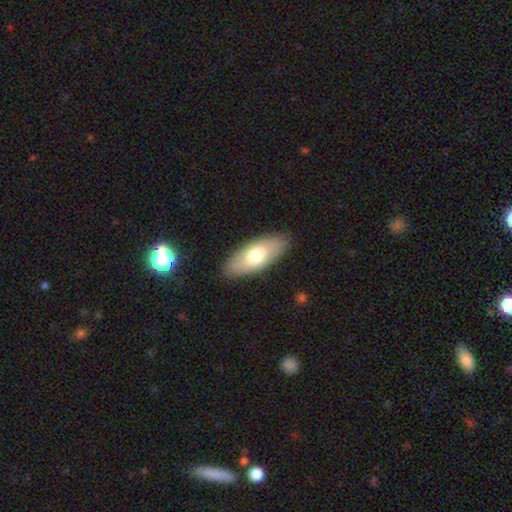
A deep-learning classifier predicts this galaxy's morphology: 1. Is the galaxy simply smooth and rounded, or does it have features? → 70% smooth, 24% featured or disk, 6% star or artifact.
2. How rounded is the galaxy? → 84% in between, 13% cigar-shaped, 3% round.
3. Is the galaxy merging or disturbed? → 86% none, 10% minor disturbance, 3% major disturbance, 1% merger.